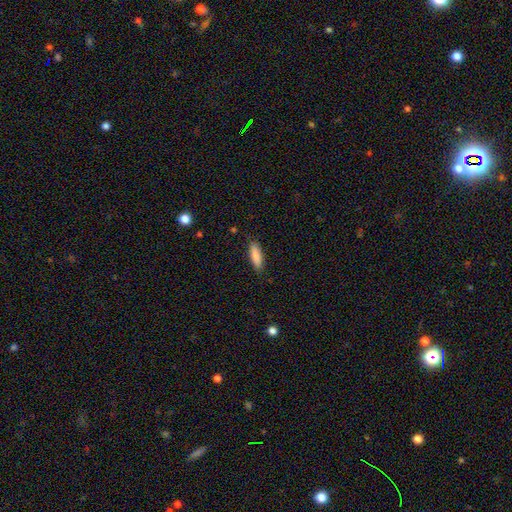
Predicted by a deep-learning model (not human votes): Smooth or featured? Predicted: smooth (p=0.87). How rounded? Predicted: cigar-shaped (p=0.53). Merging? Predicted: none (p=0.87).